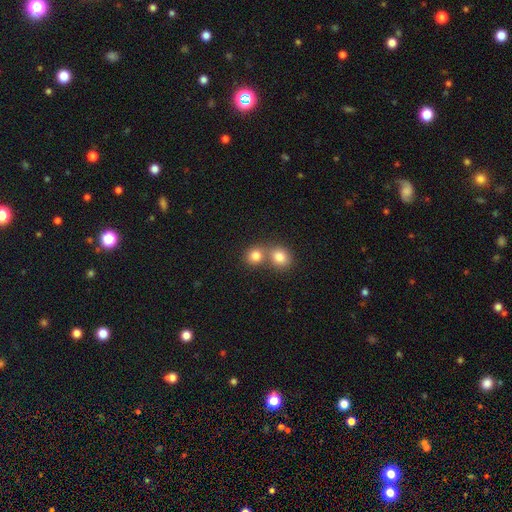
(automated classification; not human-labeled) Morphology: type=smooth (81%); roundness=round (82%); merging=merger (50%).